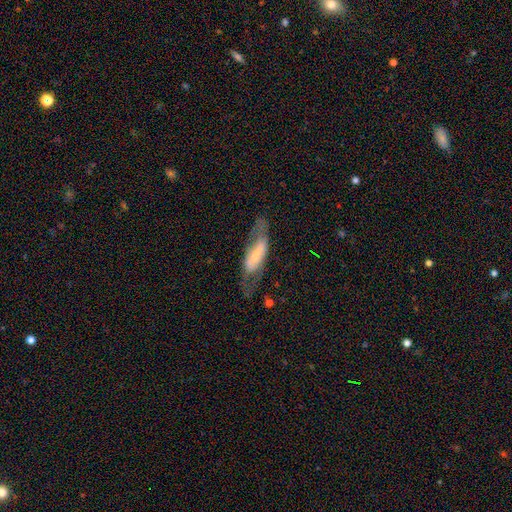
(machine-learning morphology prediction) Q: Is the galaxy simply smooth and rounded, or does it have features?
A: featured or disk — 61%.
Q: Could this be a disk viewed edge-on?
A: no — 75%.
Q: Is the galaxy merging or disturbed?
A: none — 57%.